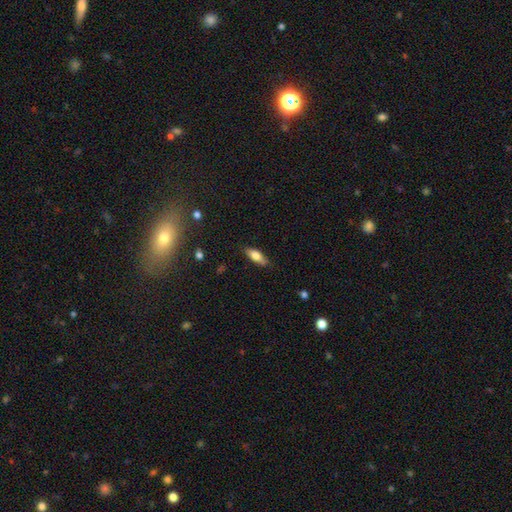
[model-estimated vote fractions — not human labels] smooth 69%, featured or disk 24%, star or artifact 7%. Down the decision tree: how rounded — in between (68%); merging — none (81%).